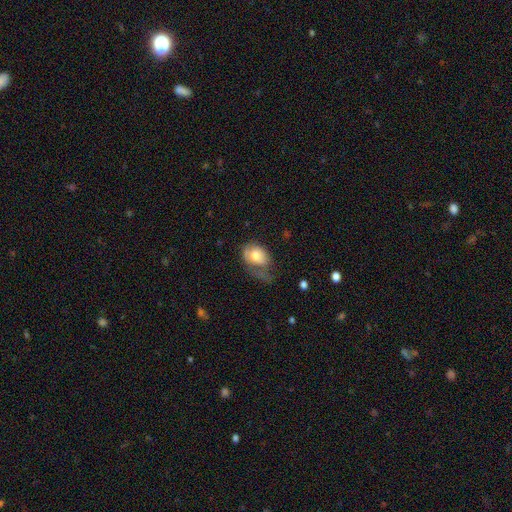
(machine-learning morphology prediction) Q: Smooth or featured?
A: smooth (66%); runner-up: featured or disk (26%)
Q: How rounded?
A: in between (66%); runner-up: round (33%)
Q: Merging?
A: major disturbance (44%); runner-up: minor disturbance (28%)